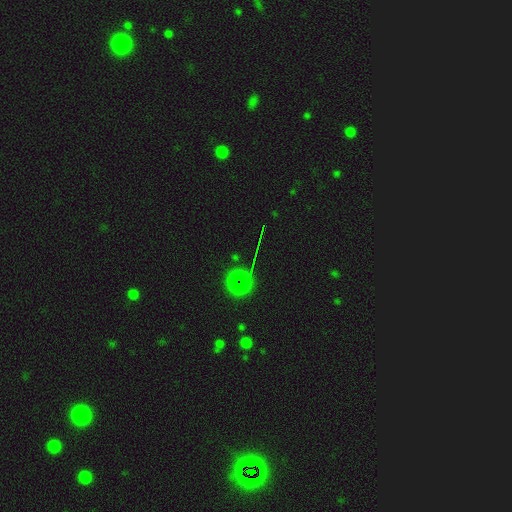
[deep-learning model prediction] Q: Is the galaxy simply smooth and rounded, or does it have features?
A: star or artifact — 65%.